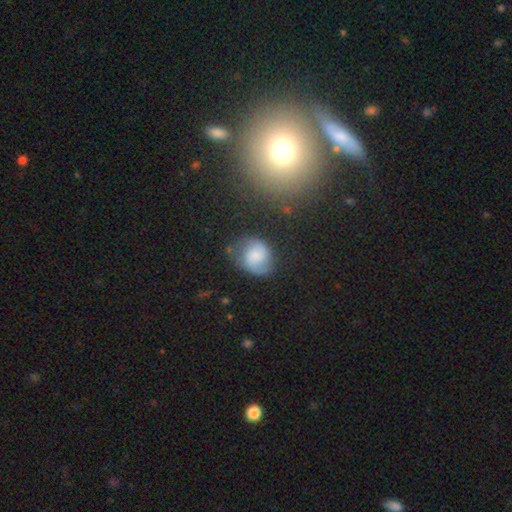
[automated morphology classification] Q: Smooth or featured?
A: featured or disk (50%); runner-up: smooth (40%)
Q: Edge-on disk?
A: no (97%); runner-up: yes (3%)
Q: Merging?
A: none (60%); runner-up: minor disturbance (25%)